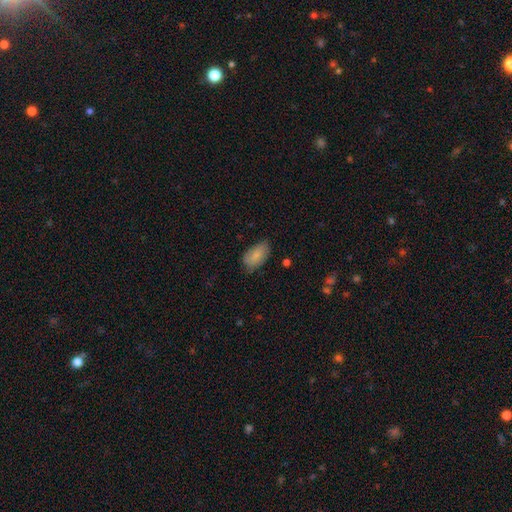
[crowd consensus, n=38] This appears to be a smooth galaxy with no disk features (89%) that is in between round and cigar-shaped (94%). Merging: minor disturbance (56%).